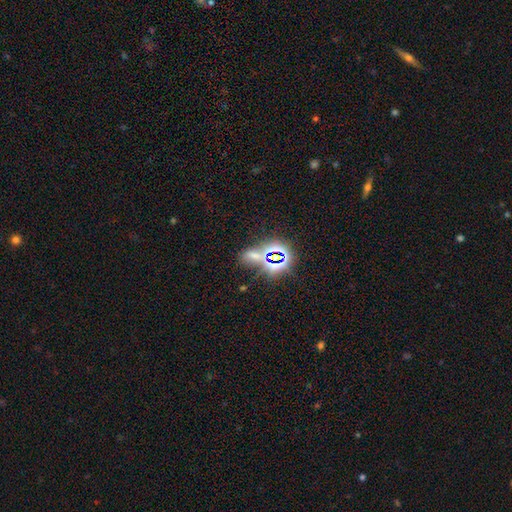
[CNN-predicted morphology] type=star or artifact (62%).